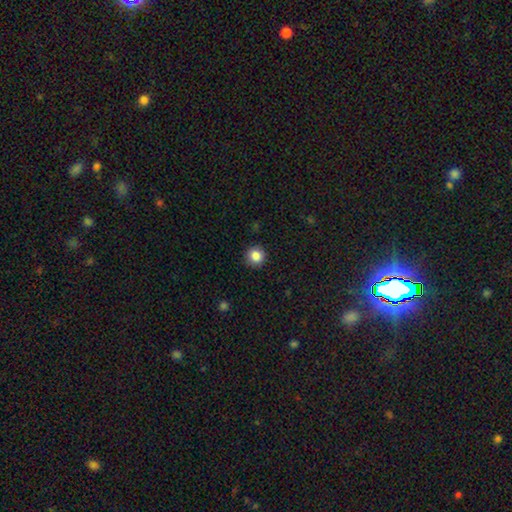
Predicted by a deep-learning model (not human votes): Q: Smooth or featured?
A: smooth (85%); runner-up: star or artifact (10%)
Q: How rounded?
A: round (95%); runner-up: in between (4%)
Q: Merging?
A: none (91%); runner-up: minor disturbance (6%)